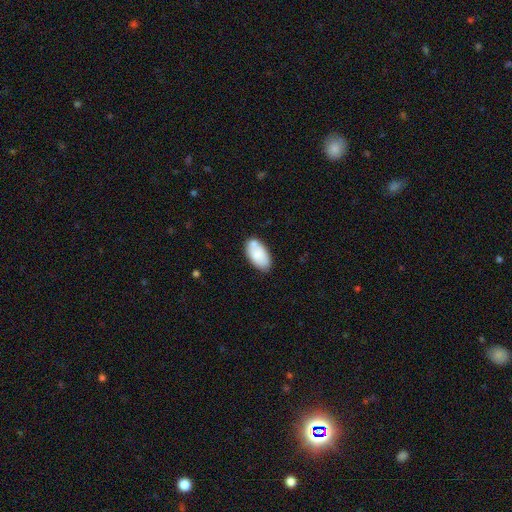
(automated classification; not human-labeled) Overall: smooth (83%). How rounded: in between (95%). Merging: none (71%).